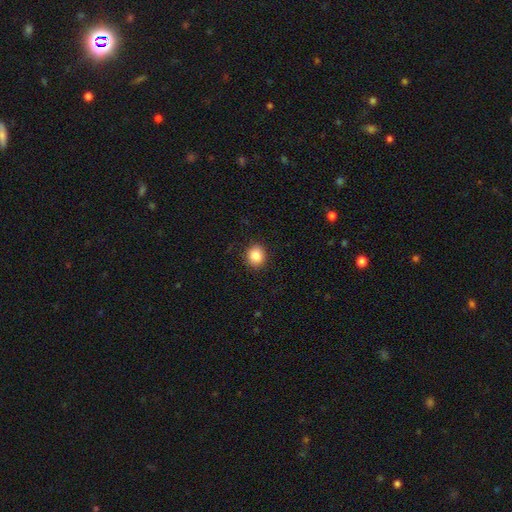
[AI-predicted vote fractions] A smooth galaxy with no disk features (86%) that is round (82%).

Vote fractions:
- Smooth or featured? smooth: 86% / star or artifact: 9% / featured or disk: 5%
- How rounded? round: 82% / in between: 17% / cigar-shaped: 1%
- Merging? none: 91% / minor disturbance: 6% / major disturbance: 2% / merger: 1%